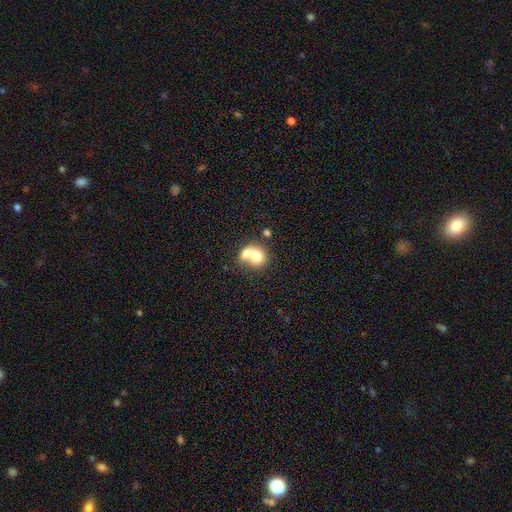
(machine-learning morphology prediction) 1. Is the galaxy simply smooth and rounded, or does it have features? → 69% smooth, 22% featured or disk, 9% star or artifact.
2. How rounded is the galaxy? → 64% round, 35% in between, 1% cigar-shaped.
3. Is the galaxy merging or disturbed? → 66% merger, 24% none, 6% minor disturbance, 4% major disturbance.